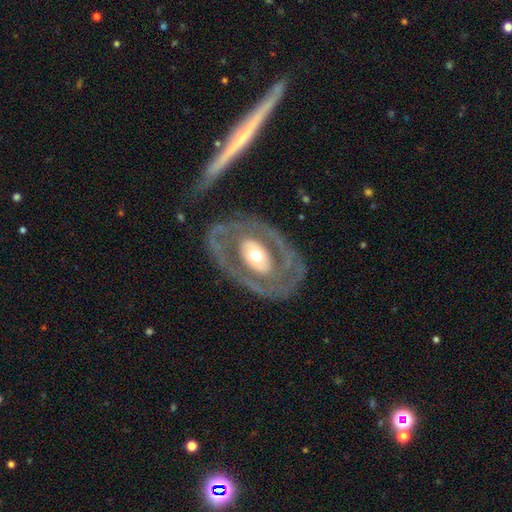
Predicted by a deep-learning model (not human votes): Overall: featured or disk (75%). Edge-on disk: no (94%). Bar: no (68%). Spiral arms: no (58%; yes 42%). Bulge size: moderate (65%). Merging: none (74%).